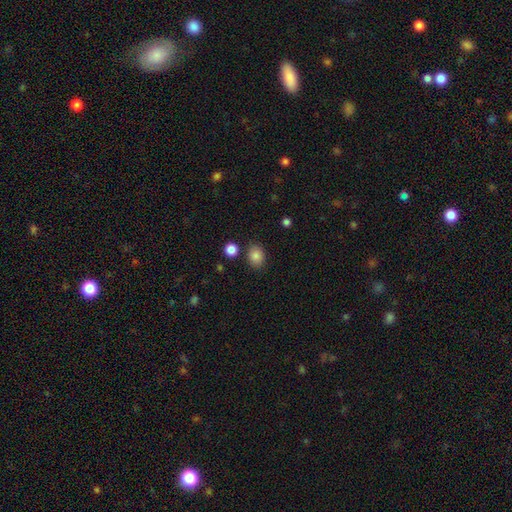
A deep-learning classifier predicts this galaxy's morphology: Overall: smooth (85%). How rounded: in between (55%; round 44%). Merging: none (82%).